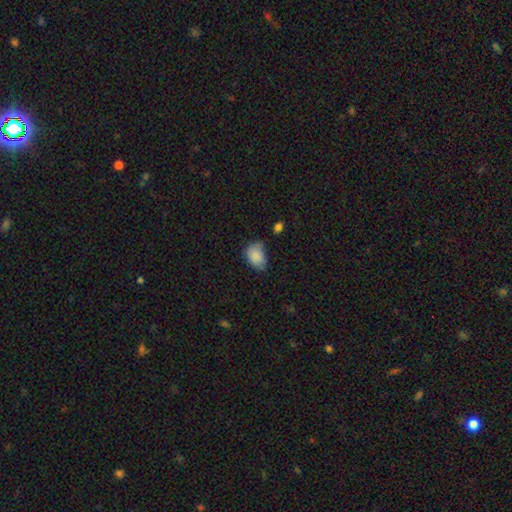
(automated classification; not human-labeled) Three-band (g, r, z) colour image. It shows a smooth galaxy with no disk features (86%) that is in between round and cigar-shaped (78%). Merging: none (52%).